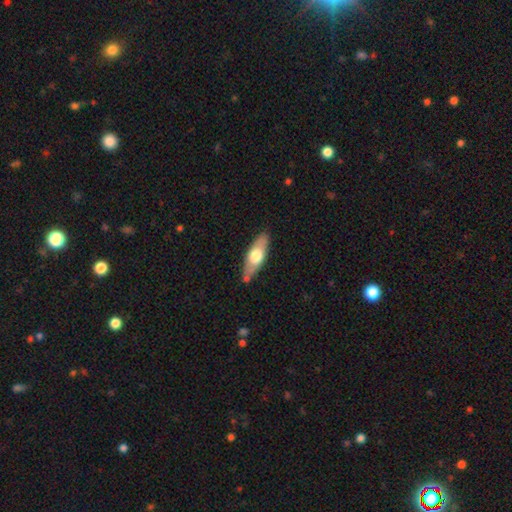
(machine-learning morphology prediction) The model was most divided on "smooth or featured": smooth: 53%, featured or disk: 42%, star or artifact: 5%. More confident: merging — none (77%); how rounded — in between (58%).